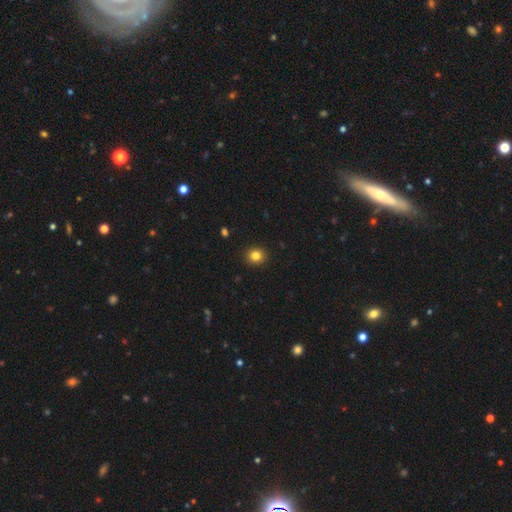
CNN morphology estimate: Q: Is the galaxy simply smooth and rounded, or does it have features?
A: smooth — 83%.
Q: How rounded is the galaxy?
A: round — 84%.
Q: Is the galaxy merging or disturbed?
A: none — 92%.